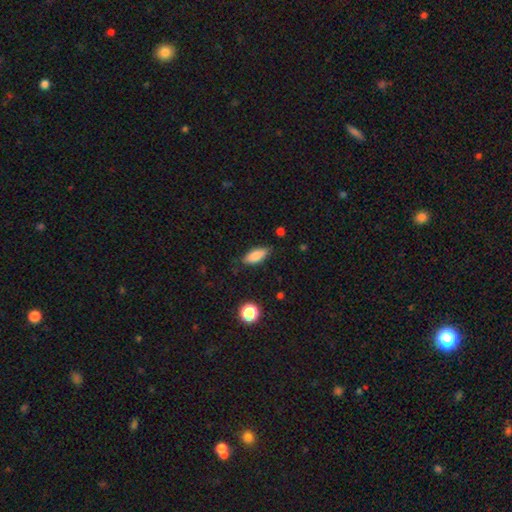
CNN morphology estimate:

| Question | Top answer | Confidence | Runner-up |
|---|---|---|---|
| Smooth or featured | smooth | 82% | featured or disk (11%) |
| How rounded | in between | 77% | cigar-shaped (20%) |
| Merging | none | 80% | minor disturbance (15%) |